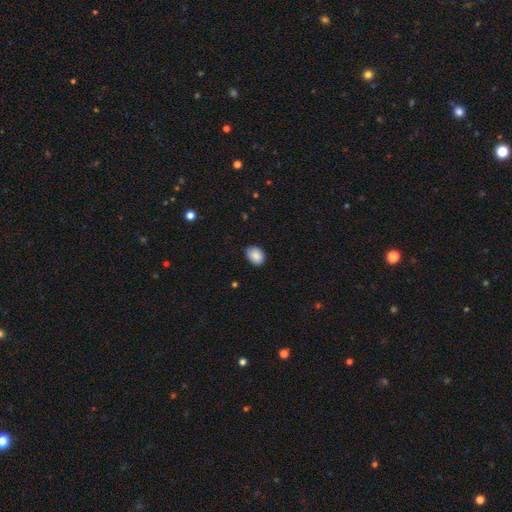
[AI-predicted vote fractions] Q: Smooth or featured?
A: smooth (88%); runner-up: star or artifact (7%)
Q: How rounded?
A: in between (71%); runner-up: round (28%)
Q: Merging?
A: none (82%); runner-up: minor disturbance (15%)